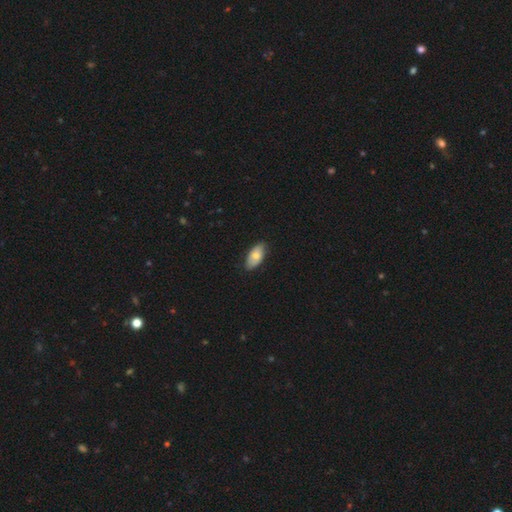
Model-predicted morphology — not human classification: This appears to be a smooth galaxy with no disk features (72%) that is in between round and cigar-shaped (92%). Merging: none (83%).